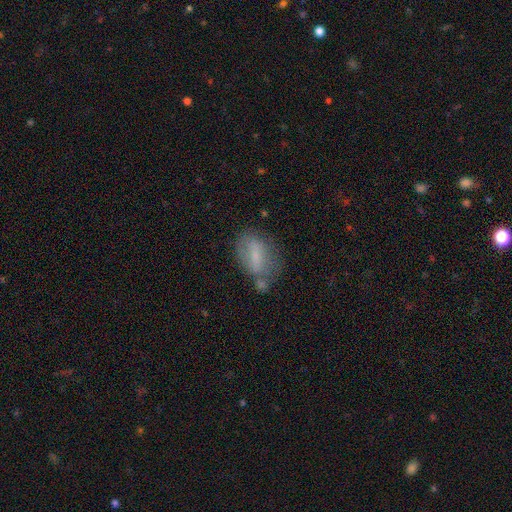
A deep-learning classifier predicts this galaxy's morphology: A smooth galaxy with no disk features (54%) that is in between round and cigar-shaped (82%).

Vote fractions:
- Smooth or featured? smooth: 54% / featured or disk: 37% / star or artifact: 9%
- How rounded? in between: 82% / round: 12% / cigar-shaped: 6%
- Merging? none: 49% / minor disturbance: 23% / merger: 16% / major disturbance: 12%